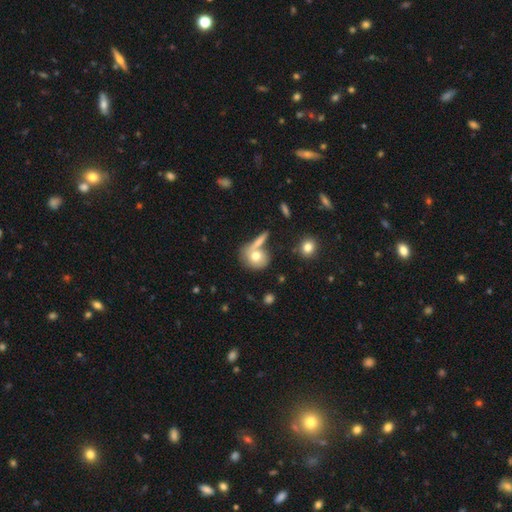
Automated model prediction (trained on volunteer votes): smooth_or_featured: smooth (p=0.71) [alt: featured or disk p=0.20]
how_rounded: round (p=0.70) [alt: in between p=0.27]
merging: none (p=0.46) [alt: merger p=0.35]